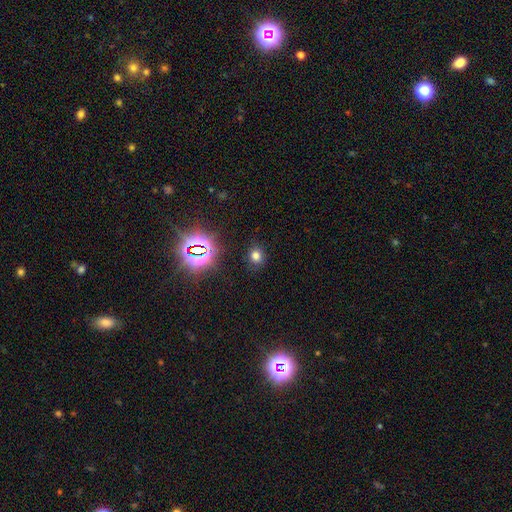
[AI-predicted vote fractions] smooth_or_featured: smooth (p=0.68) [alt: star or artifact p=0.25]
how_rounded: round (p=0.70) [alt: in between p=0.29]
merging: none (p=0.85) [alt: minor disturbance p=0.10]